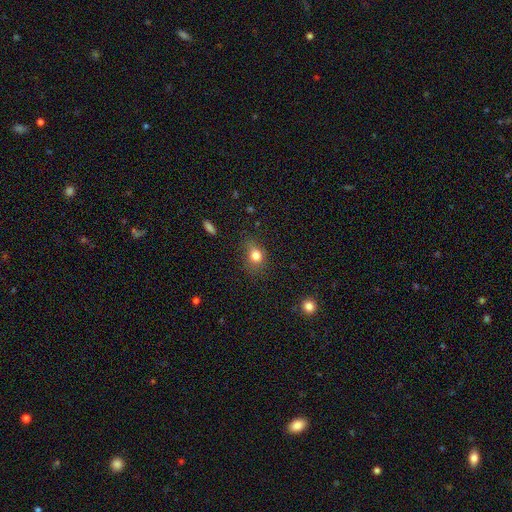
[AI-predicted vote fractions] Smooth or featured? smooth (79%)
How rounded? round (50%)
Merging? none (65%)